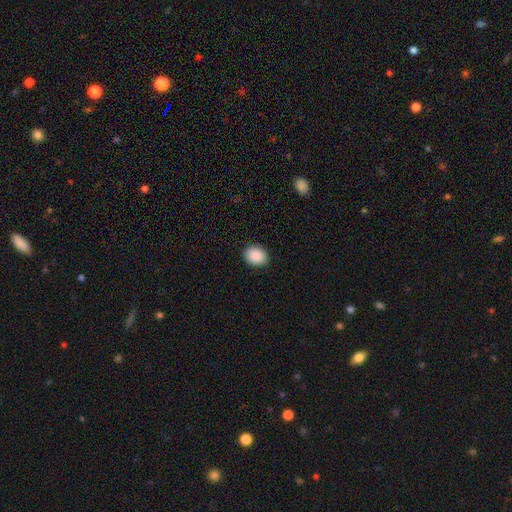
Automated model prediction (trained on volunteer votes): This appears to be a smooth galaxy with no disk features (90%) that is round (50%). Merging: none (89%).